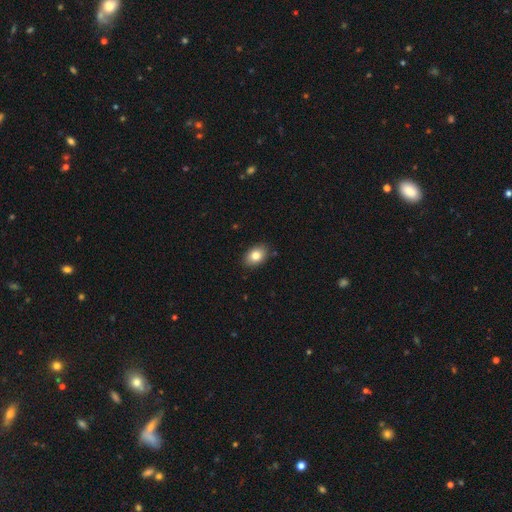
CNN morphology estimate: type=smooth (81%); roundness=in between (82%); merging=none (86%).